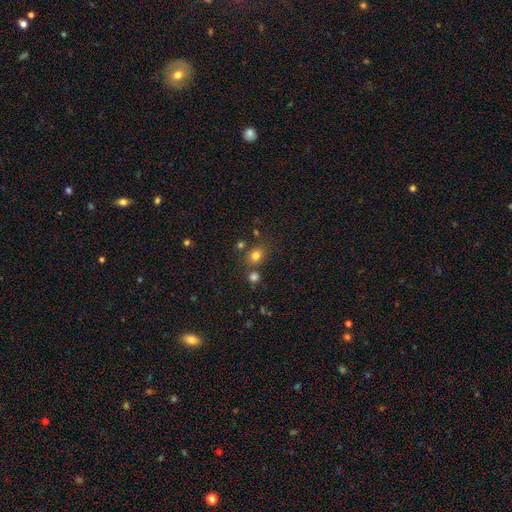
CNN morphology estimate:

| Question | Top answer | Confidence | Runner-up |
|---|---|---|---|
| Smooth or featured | smooth | 78% | star or artifact (15%) |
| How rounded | round | 60% | in between (39%) |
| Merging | none | 69% | merger (15%) |